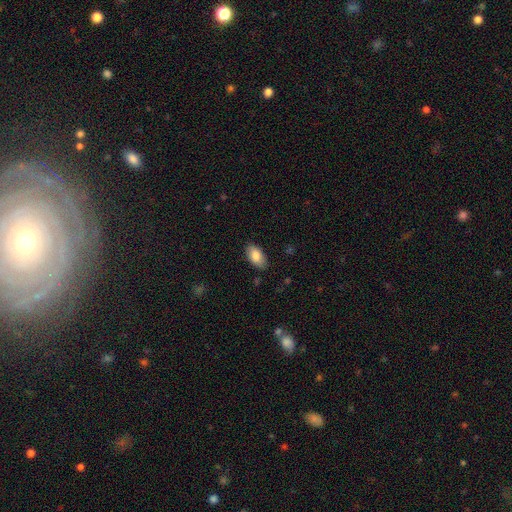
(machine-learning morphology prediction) Smooth or featured?
  - smooth: 85% *
  - featured or disk: 8%
  - star or artifact: 6%
How rounded?
  - in between: 94% *
  - round: 3%
  - cigar-shaped: 3%
Merging?
  - none: 85% *
  - minor disturbance: 12%
  - major disturbance: 2%
  - merger: 1%